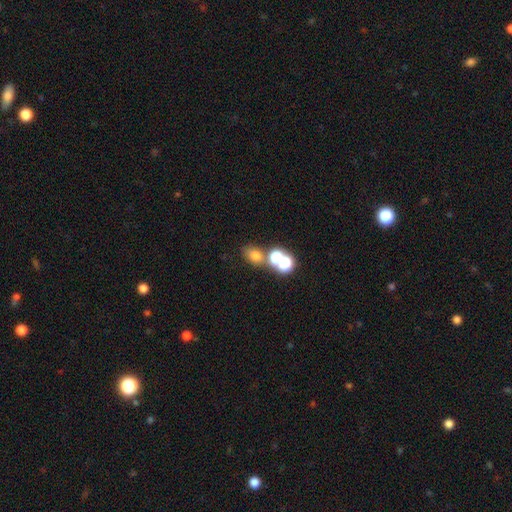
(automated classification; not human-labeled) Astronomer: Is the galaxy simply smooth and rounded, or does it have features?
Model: smooth — 66%.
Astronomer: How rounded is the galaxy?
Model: in between — 51% (runner-up: round, 47%).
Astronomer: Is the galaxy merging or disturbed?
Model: none — 50% (runner-up: merger, 36%).